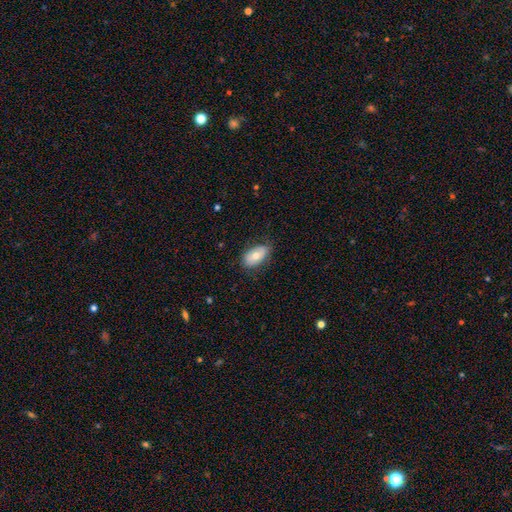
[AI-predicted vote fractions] smooth-or-featured: smooth: 68% | featured or disk: 25% | star or artifact: 7%
  how-rounded: in between: 93% | round: 5% | cigar-shaped: 2%
  merging: none: 77% | minor disturbance: 18% | major disturbance: 4% | merger: 1%